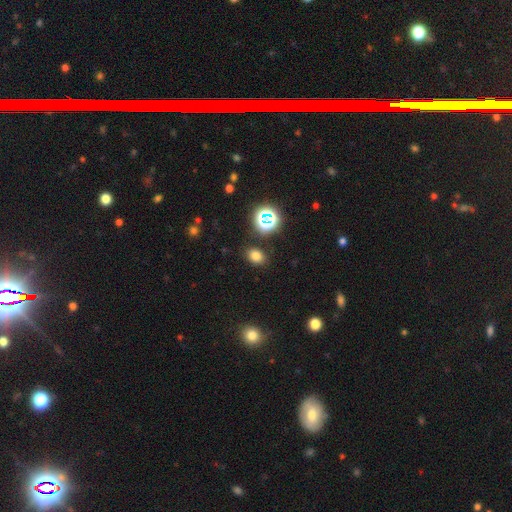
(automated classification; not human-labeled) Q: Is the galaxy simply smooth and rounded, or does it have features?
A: smooth — 73%.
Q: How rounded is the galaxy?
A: in between — 64%.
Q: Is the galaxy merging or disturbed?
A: none — 84%.